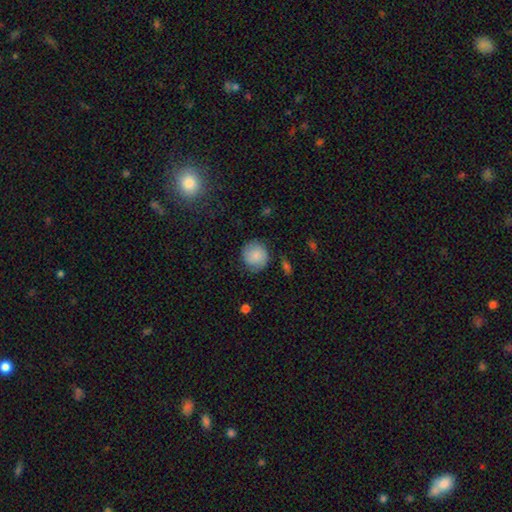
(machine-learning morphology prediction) Smooth or featured? Predicted: smooth (p=0.77). How rounded? Predicted: round (p=0.89). Merging? Predicted: none (p=0.75).